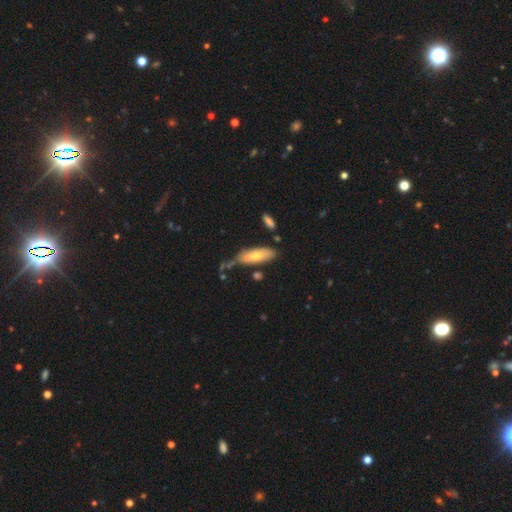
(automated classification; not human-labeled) The model was most divided on "how rounded": in between: 61%, cigar-shaped: 36%, round: 2%. More confident: smooth or featured — smooth (65%); merging — none (51%).